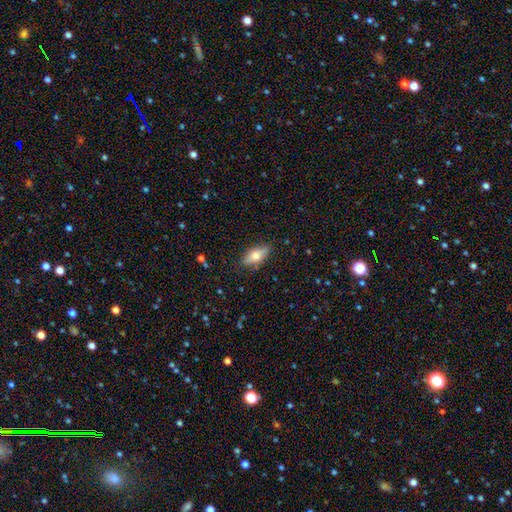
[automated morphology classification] smooth-or-featured: smooth: 58% | featured or disk: 34% | star or artifact: 8%
  how-rounded: in between: 72% | cigar-shaped: 24% | round: 4%
  merging: none: 83% | minor disturbance: 12% | major disturbance: 3% | merger: 1%